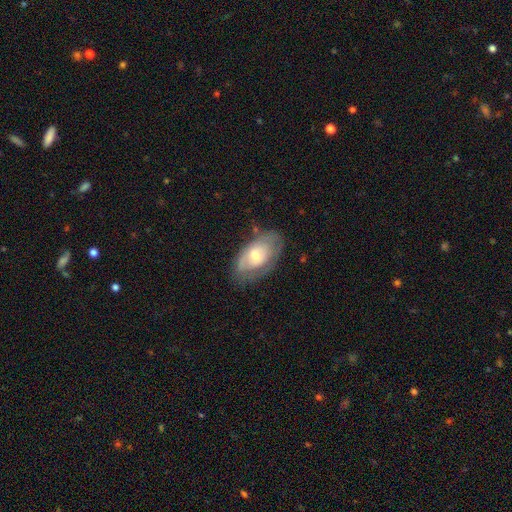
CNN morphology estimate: A featured or disk galaxy (52%). Merging: none (63%).